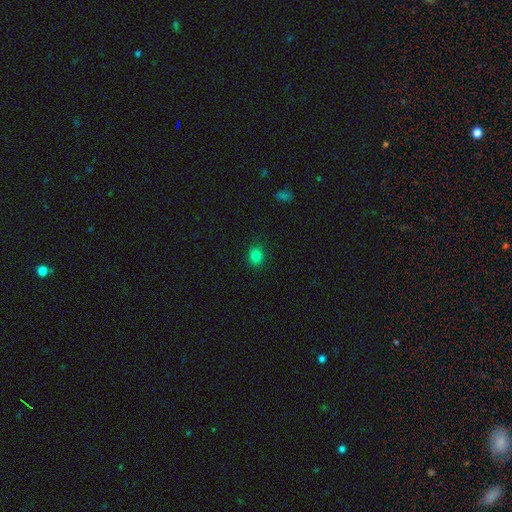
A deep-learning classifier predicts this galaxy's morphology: Smooth or featured?
  - smooth: 82% *
  - star or artifact: 14%
  - featured or disk: 4%
How rounded?
  - round: 67% *
  - in between: 32%
  - cigar-shaped: 1%
Merging?
  - none: 88% *
  - minor disturbance: 8%
  - major disturbance: 2%
  - merger: 1%